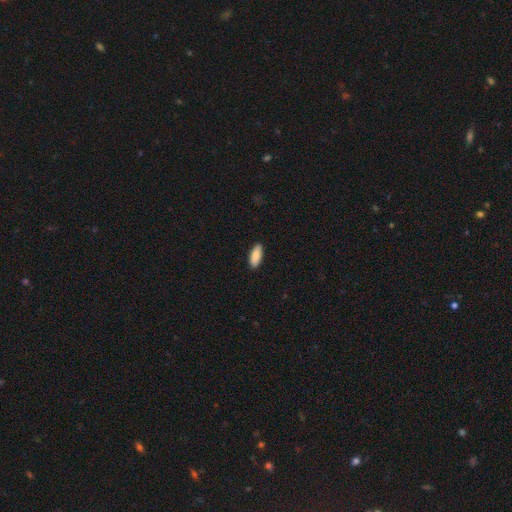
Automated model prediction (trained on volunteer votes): A smooth galaxy with no disk features (86%) that is in between round and cigar-shaped (79%).

Vote fractions:
- Smooth or featured? smooth: 86% / featured or disk: 9% / star or artifact: 6%
- How rounded? in between: 79% / cigar-shaped: 19% / round: 2%
- Merging? none: 89% / minor disturbance: 8% / major disturbance: 2% / merger: 1%